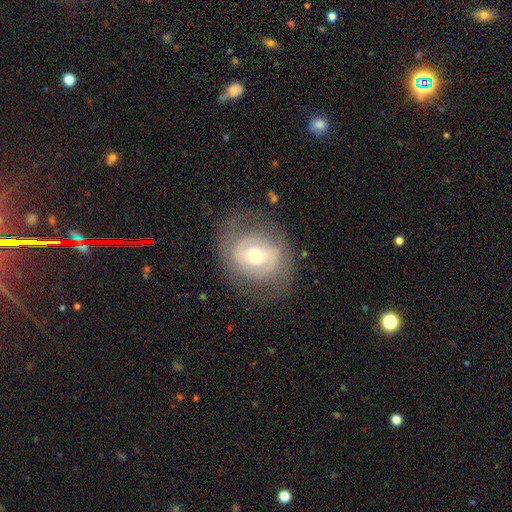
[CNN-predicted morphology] smooth_or_featured: featured or disk (p=0.57) [alt: smooth p=0.35]
disk_edge_on: no (p=0.95) [alt: yes p=0.05]
bar: no (p=0.58) [alt: weak p=0.29]
has_spiral_arms: no (p=0.57) [alt: yes p=0.43]
bulge_size: moderate (p=0.58) [alt: small p=0.34]
merging: none (p=0.72) [alt: minor disturbance p=0.15]